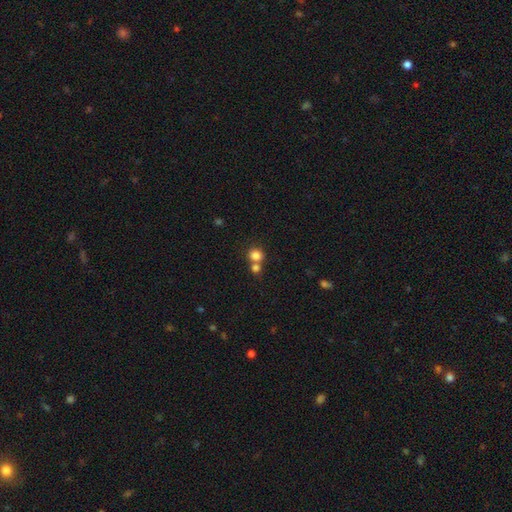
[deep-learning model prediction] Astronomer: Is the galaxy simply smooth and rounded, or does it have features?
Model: smooth — 82%.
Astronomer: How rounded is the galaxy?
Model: round — 86%.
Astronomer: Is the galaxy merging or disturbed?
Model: none — 51% (runner-up: merger, 39%).